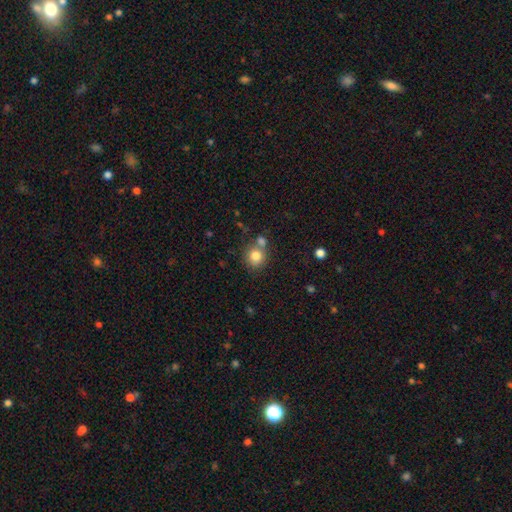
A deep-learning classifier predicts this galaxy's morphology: smooth 81%, star or artifact 10%, featured or disk 9%. Down the decision tree: how rounded — round (85%); merging — none (58%).